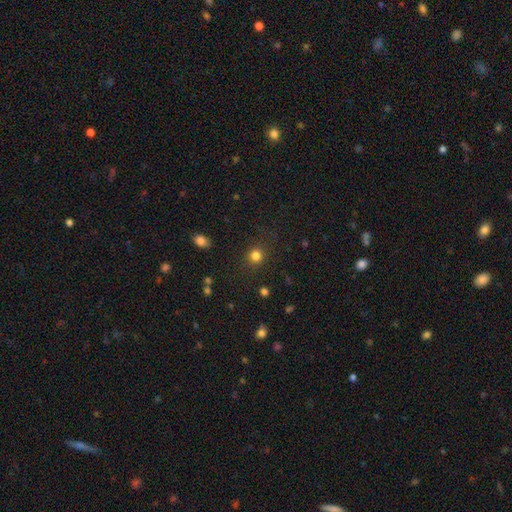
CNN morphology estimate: A smooth galaxy with no disk features (82%) that is round (88%).

Vote fractions:
- Smooth or featured? smooth: 82% / star or artifact: 14% / featured or disk: 5%
- How rounded? round: 88% / in between: 11% / cigar-shaped: 1%
- Merging? none: 86% / minor disturbance: 9% / major disturbance: 4% / merger: 2%